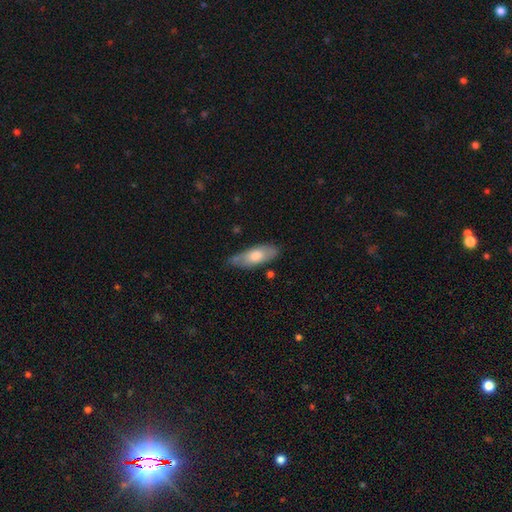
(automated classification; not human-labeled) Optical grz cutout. It shows a smooth galaxy with no disk features (66%) that is in between round and cigar-shaped (74%). Merging: none (70%).